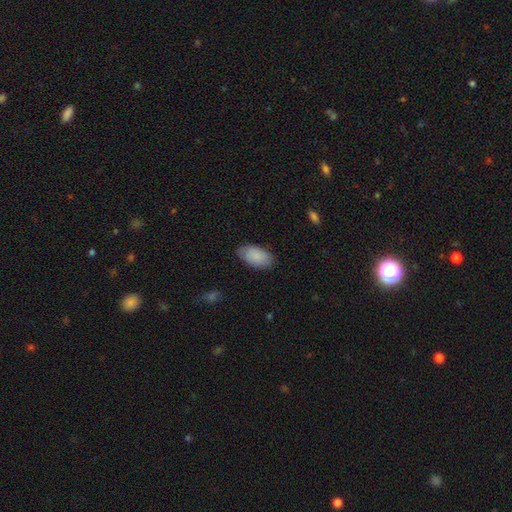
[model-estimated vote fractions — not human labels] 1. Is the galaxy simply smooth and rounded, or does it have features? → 86% smooth, 9% featured or disk, 6% star or artifact.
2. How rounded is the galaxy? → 95% in between, 3% round, 2% cigar-shaped.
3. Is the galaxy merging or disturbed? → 80% none, 15% minor disturbance, 3% major disturbance, 1% merger.